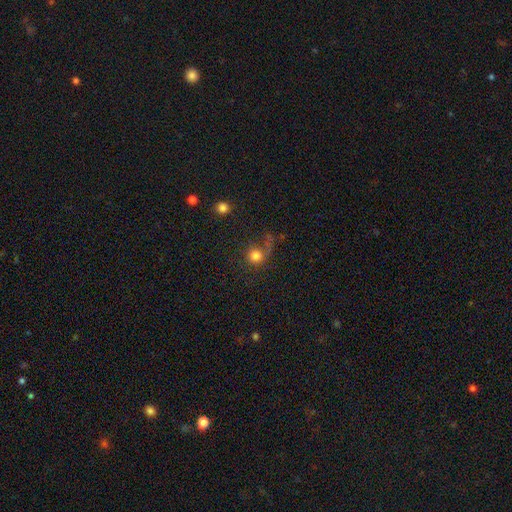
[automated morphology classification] Smooth or featured: smooth — 72% (featured or disk — 16%)
How rounded: round — 86% (in between — 13%)
Merging: none — 43% (major disturbance — 32%)